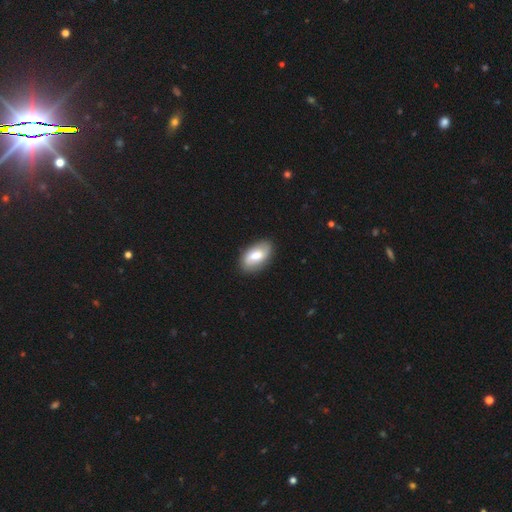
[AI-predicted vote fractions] smooth_or_featured: smooth (p=0.62) [alt: featured or disk p=0.32]
how_rounded: in between (p=0.93) [alt: round p=0.05]
merging: none (p=0.84) [alt: minor disturbance p=0.12]